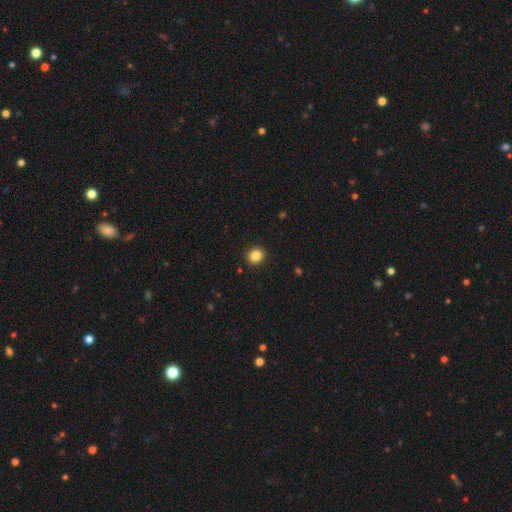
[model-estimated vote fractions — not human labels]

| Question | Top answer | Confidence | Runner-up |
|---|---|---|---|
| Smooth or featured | smooth | 84% | star or artifact (10%) |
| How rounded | round | 73% | in between (26%) |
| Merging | none | 92% | minor disturbance (6%) |